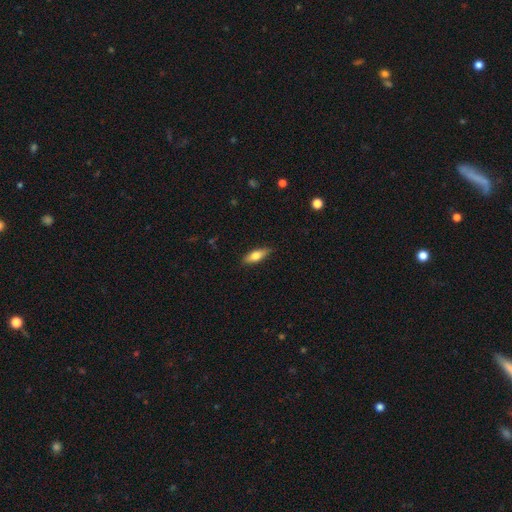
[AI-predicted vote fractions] smooth_or_featured: smooth (p=0.67) [alt: featured or disk p=0.26]
how_rounded: in between (p=0.60) [alt: cigar-shaped p=0.37]
merging: none (p=0.85) [alt: minor disturbance p=0.12]